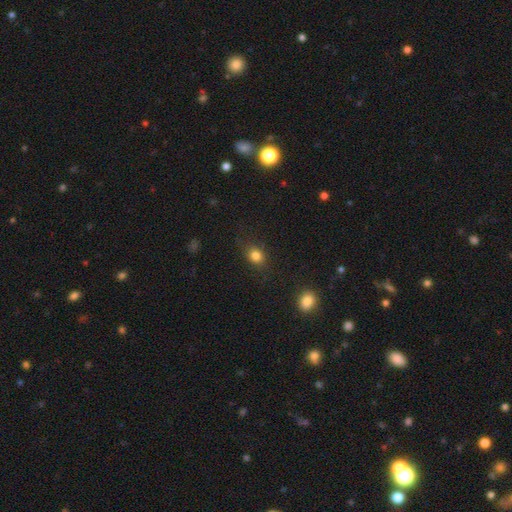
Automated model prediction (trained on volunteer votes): The model was most divided on "how rounded": round: 61%, in between: 38%, cigar-shaped: 1%. More confident: smooth or featured — smooth (82%); merging — none (80%).